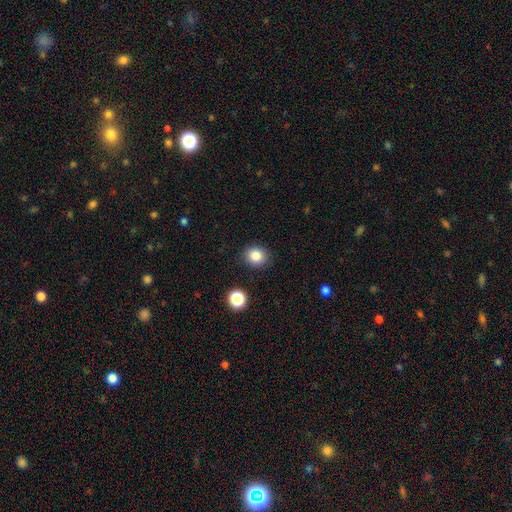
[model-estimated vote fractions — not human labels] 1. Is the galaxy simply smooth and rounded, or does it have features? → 84% smooth, 11% star or artifact, 5% featured or disk.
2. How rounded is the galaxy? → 78% round, 21% in between, 1% cigar-shaped.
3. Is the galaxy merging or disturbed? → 87% none, 8% minor disturbance, 2% major disturbance, 2% merger.